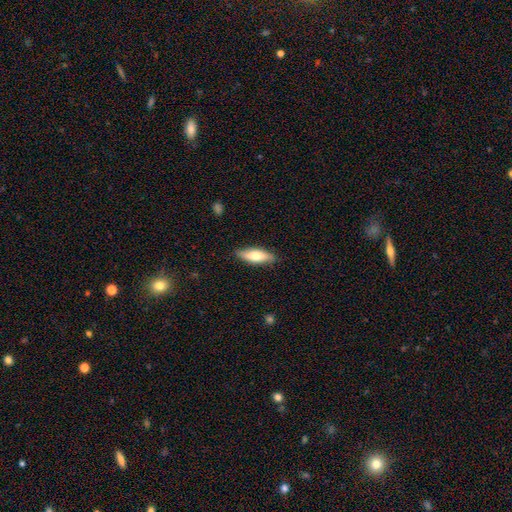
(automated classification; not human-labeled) The model was most divided on "how rounded": in between: 57%, cigar-shaped: 41%, round: 2%. More confident: merging — none (85%); smooth or featured — smooth (68%).